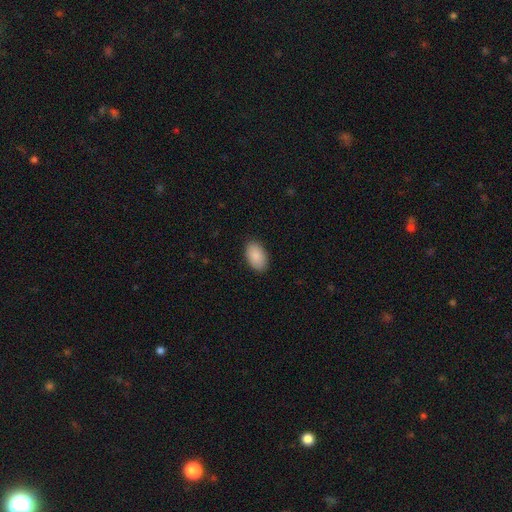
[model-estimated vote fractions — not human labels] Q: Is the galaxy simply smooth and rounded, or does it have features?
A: smooth — 88%.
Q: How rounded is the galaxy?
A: in between — 94%.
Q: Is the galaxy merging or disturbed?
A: none — 88%.